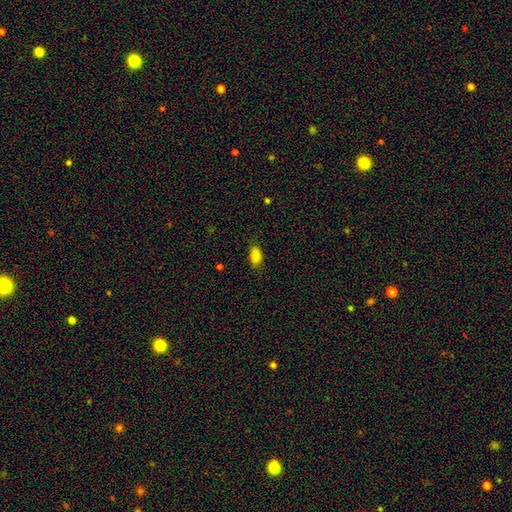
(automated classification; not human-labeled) Overall: smooth (84%). How rounded: in between (88%). Merging: none (81%).